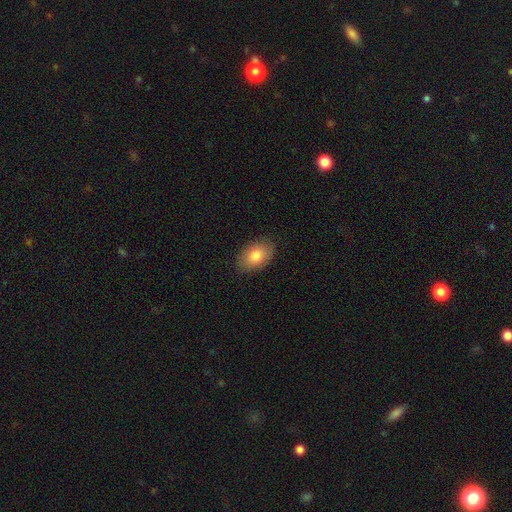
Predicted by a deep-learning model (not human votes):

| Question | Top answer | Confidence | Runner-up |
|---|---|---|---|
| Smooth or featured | smooth | 84% | featured or disk (10%) |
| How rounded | in between | 90% | round (9%) |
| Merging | none | 86% | minor disturbance (11%) |